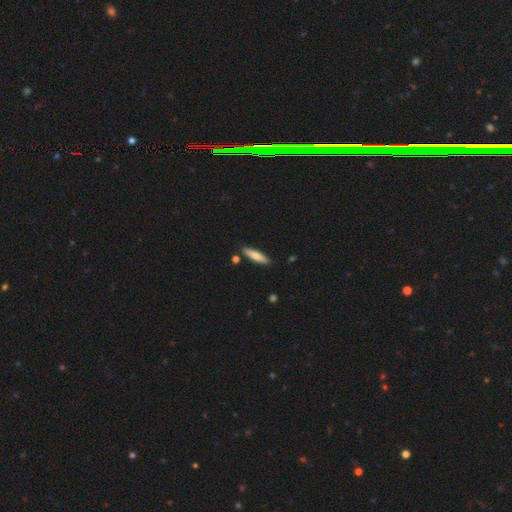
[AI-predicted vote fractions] smooth 69%, featured or disk 26%, star or artifact 6%. Down the decision tree: how rounded — cigar-shaped (78%); merging — none (87%).